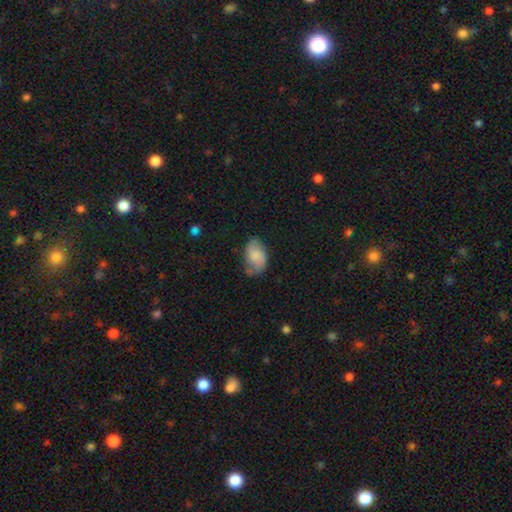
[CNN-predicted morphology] type=smooth (59%); roundness=in between (89%); merging=none (55%).